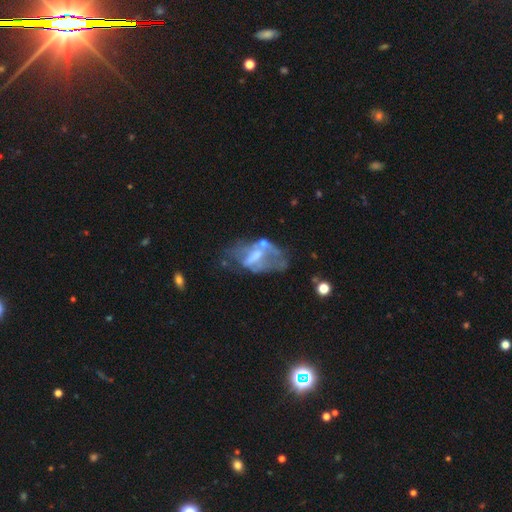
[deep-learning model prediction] The model was most divided on "bulge size": none: 35%, moderate: 31%, small: 24%, large: 8%, dominant: 2%. Remaining: edge-on disk — no (95%); spiral arms — no (76%); smooth or featured — featured or disk (62%); bar — no (52%); merging — major disturbance (35%).